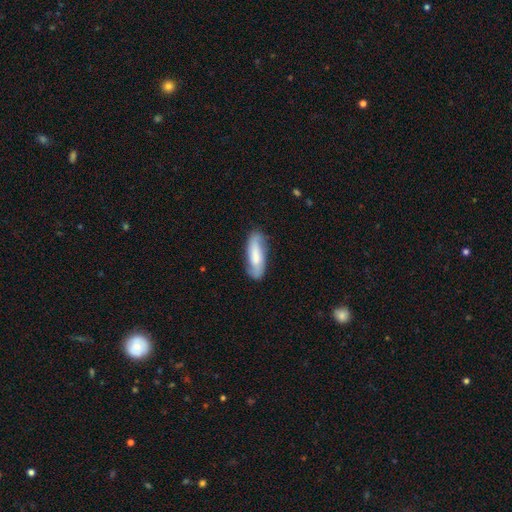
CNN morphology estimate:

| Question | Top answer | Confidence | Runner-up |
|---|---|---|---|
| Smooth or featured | smooth | 61% | featured or disk (33%) |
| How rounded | in between | 60% | cigar-shaped (38%) |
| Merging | none | 77% | minor disturbance (18%) |